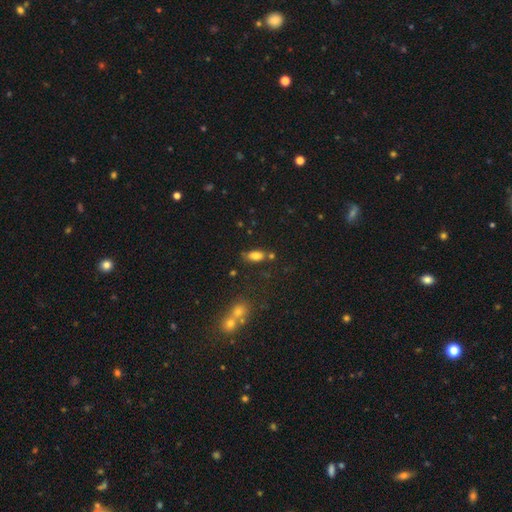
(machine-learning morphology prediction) smooth-or-featured: smooth: 79% | star or artifact: 11% | featured or disk: 10%
  how-rounded: in between: 88% | cigar-shaped: 7% | round: 5%
  merging: none: 68% | minor disturbance: 16% | merger: 11% | major disturbance: 5%